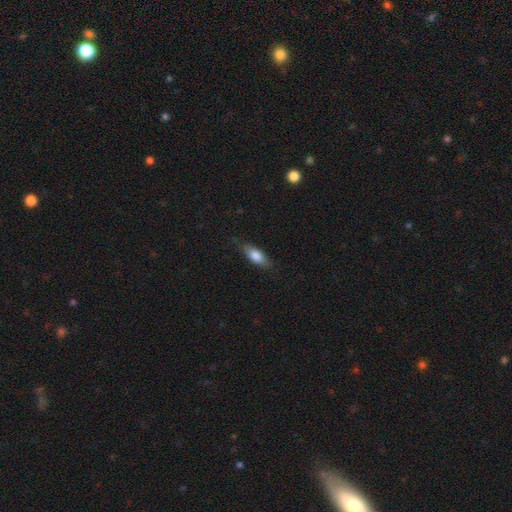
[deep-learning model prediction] smooth_or_featured: smooth (p=0.78) [alt: featured or disk p=0.15]
how_rounded: in between (p=0.74) [alt: cigar-shaped p=0.23]
merging: none (p=0.80) [alt: minor disturbance p=0.16]